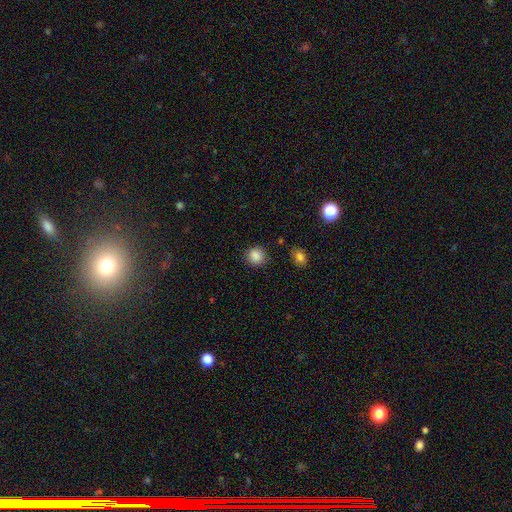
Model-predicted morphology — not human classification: type=smooth (86%); roundness=round (87%); merging=none (87%).